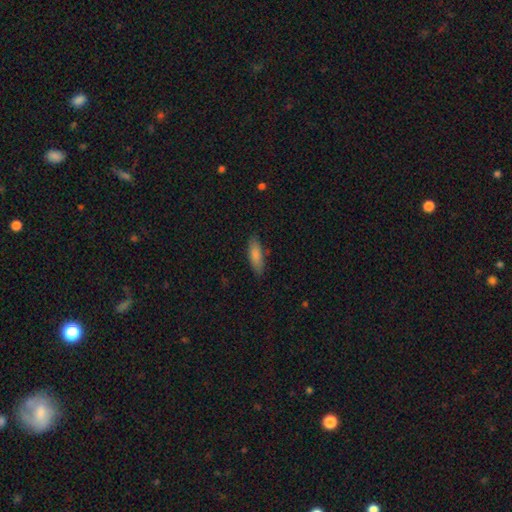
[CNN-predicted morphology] Smooth or featured?
  - smooth: 83% *
  - featured or disk: 11%
  - star or artifact: 7%
How rounded?
  - in between: 52% *
  - cigar-shaped: 46%
  - round: 2%
Merging?
  - none: 82% *
  - minor disturbance: 14%
  - major disturbance: 3%
  - merger: 2%